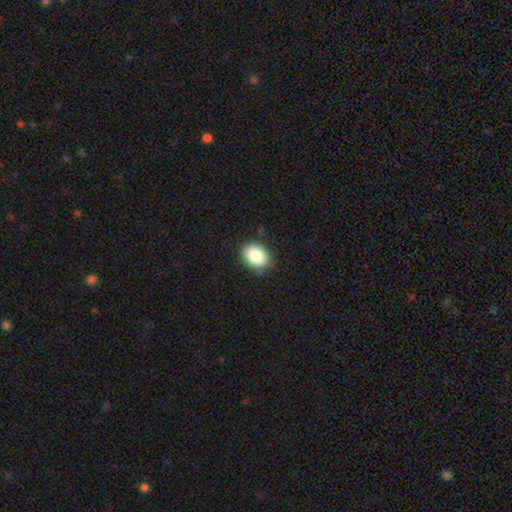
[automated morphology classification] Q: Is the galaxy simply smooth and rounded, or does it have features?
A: smooth — 86%.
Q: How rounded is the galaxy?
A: in between — 65%.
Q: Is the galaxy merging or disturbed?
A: none — 81%.